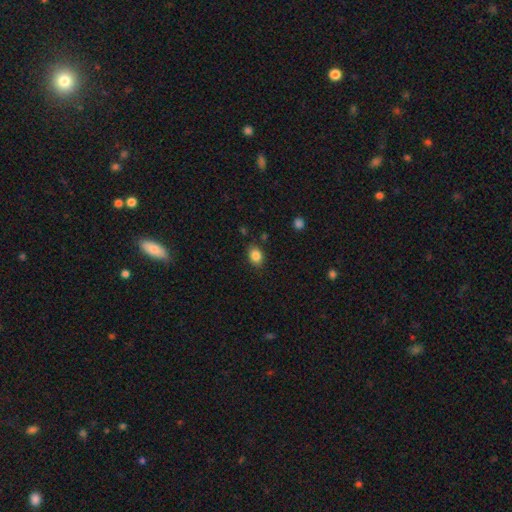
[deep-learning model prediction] This is clearly a smooth galaxy (85%). How rounded: likely in between (69%). Merging: clearly none (83%).